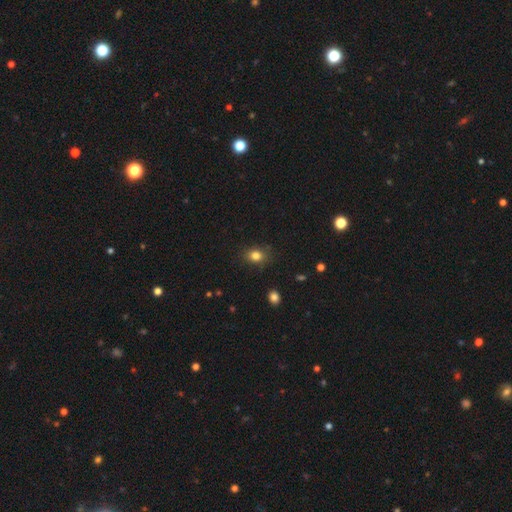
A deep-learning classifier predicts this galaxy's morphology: Smooth or featured? smooth (81%)
How rounded? in between (54%)
Merging? none (80%)